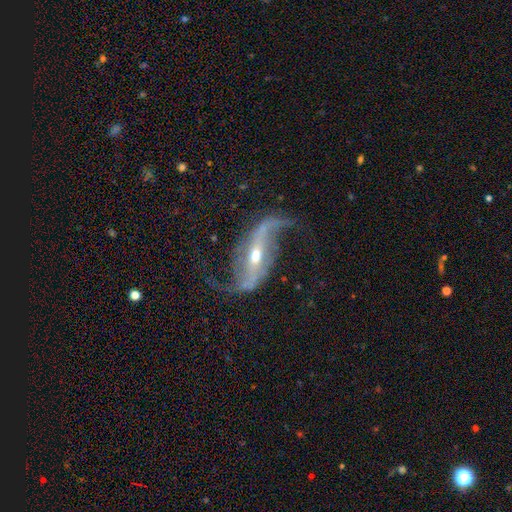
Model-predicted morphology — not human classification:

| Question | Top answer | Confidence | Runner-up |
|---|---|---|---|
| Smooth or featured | featured or disk | 91% | star or artifact (5%) |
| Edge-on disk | no | 94% | yes (6%) |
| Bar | strong | 54% | weak (27%) |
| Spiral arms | yes | 97% | no (3%) |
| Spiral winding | loose | 86% | medium (11%) |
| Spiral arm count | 2 | 93% | 1 (2%) |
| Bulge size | small | 49% | moderate (47%) |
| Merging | none | 70% | minor disturbance (15%) |